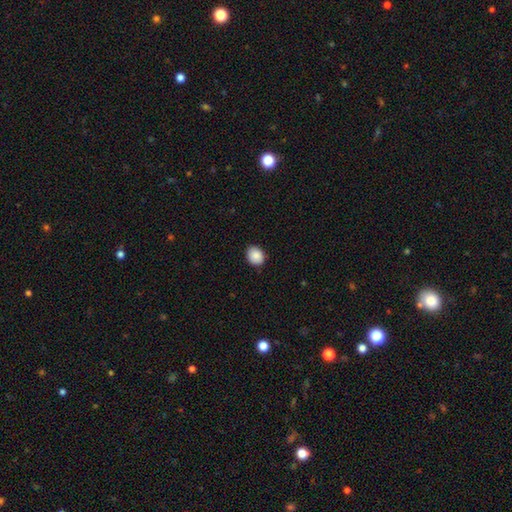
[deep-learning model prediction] This appears to be a smooth galaxy with no disk features (89%) that is round (54%). Merging: none (87%).